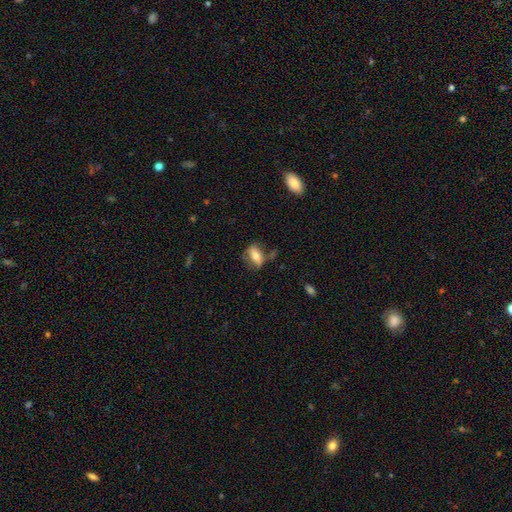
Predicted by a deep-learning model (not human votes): smooth 58%, featured or disk 34%, star or artifact 8%. Down the decision tree: how rounded — in between (76%); merging — none (59%).